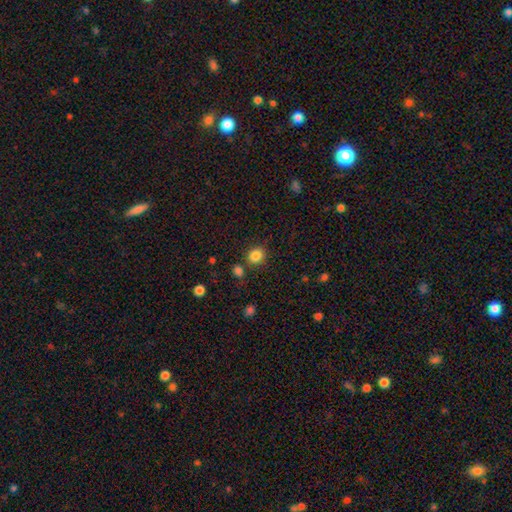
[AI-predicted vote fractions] This is clearly a smooth galaxy (85%). How rounded: likely round (75%). Merging: likely none (78%).